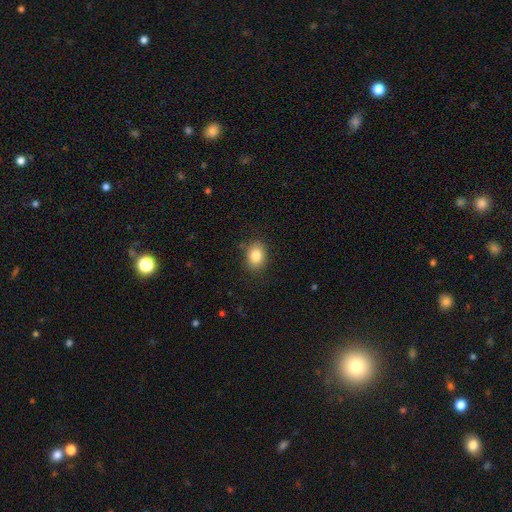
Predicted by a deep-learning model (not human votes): A smooth galaxy with no disk features (83%) that is in between round and cigar-shaped (65%). Merging: none (85%).